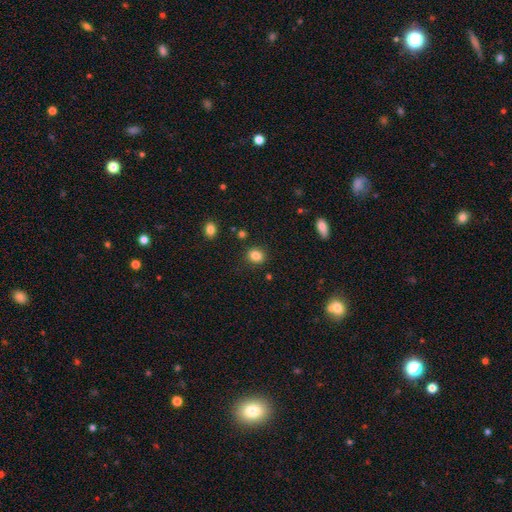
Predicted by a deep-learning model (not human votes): Smooth or featured? Predicted: smooth (p=0.84). How rounded? Predicted: round (p=0.66). Merging? Predicted: none (p=0.87).